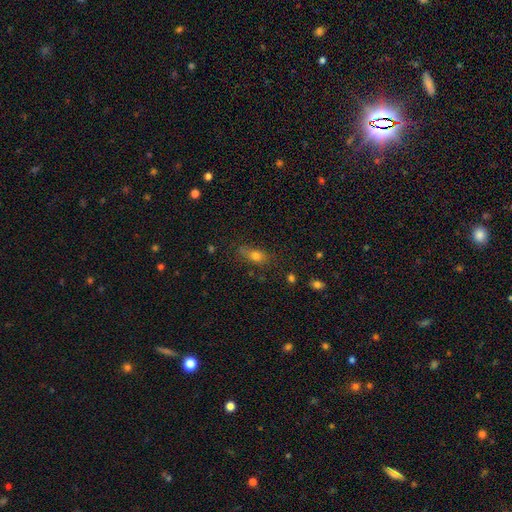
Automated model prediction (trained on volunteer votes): A smooth galaxy with no disk features (71%) that is in between round and cigar-shaped (65%). Merging: none (66%).